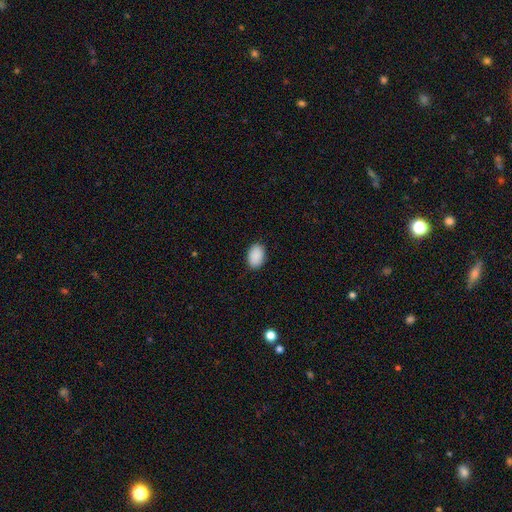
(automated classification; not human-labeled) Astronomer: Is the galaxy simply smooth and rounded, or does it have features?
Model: smooth — 91%.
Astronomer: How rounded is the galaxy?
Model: in between — 88%.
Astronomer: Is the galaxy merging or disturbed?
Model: none — 88%.